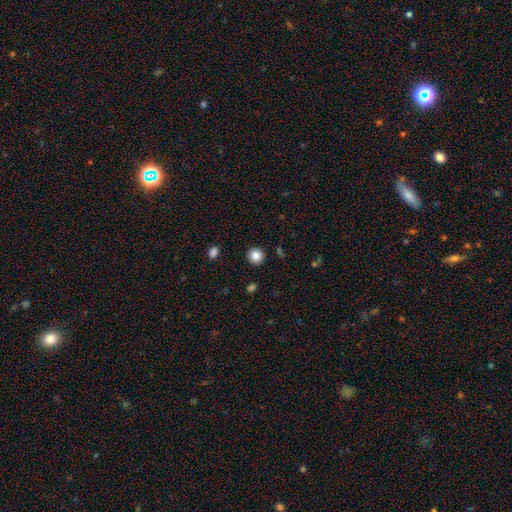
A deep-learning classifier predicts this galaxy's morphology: type=smooth (84%); roundness=round (94%); merging=none (92%).